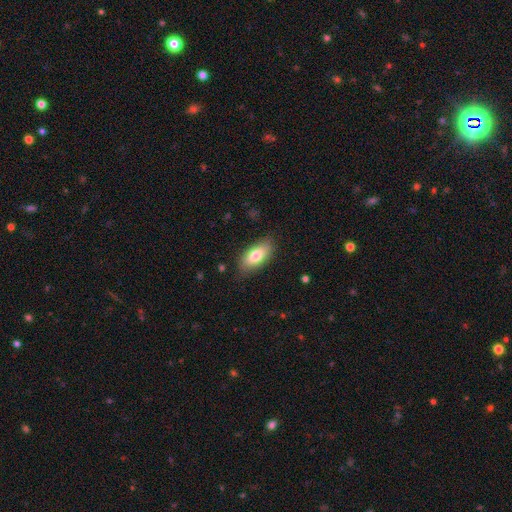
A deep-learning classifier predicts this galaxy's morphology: type=smooth (79%); roundness=in between (86%); merging=none (83%).